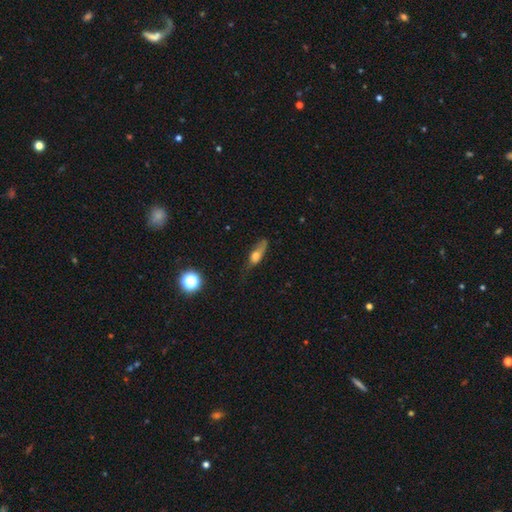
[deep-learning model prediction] Morphology: type=smooth (59%); roundness=in between (56%); merging=none (41%).